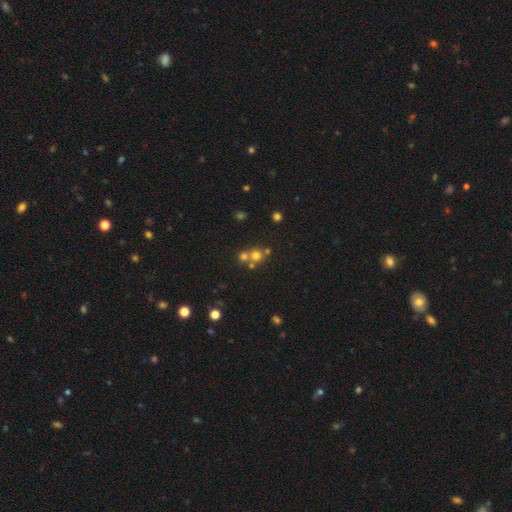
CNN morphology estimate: Q: Smooth or featured?
A: smooth (65%); runner-up: star or artifact (20%)
Q: How rounded?
A: round (88%); runner-up: in between (11%)
Q: Merging?
A: none (51%); runner-up: merger (40%)